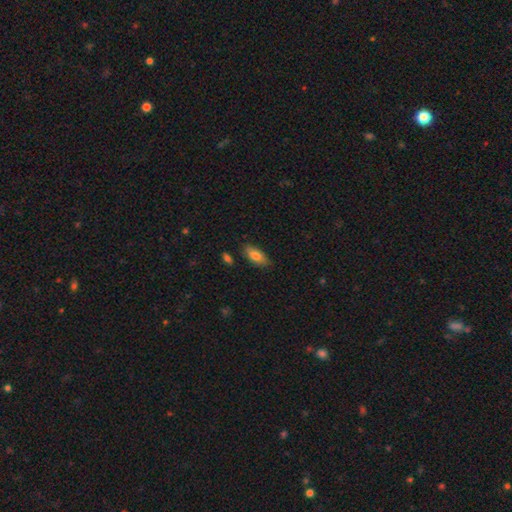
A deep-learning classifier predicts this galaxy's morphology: smooth 79%, featured or disk 14%, star or artifact 7%. Down the decision tree: how rounded — in between (84%); merging — none (80%).